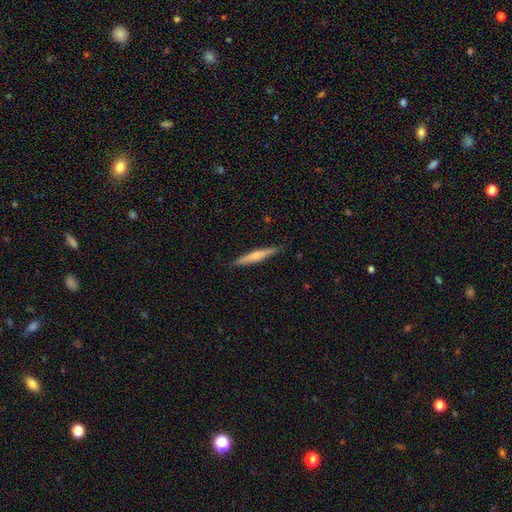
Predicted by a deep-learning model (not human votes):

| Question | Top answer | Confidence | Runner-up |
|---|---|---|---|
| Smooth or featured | smooth | 52% | featured or disk (43%) |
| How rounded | cigar-shaped | 94% | in between (5%) |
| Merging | none | 89% | minor disturbance (8%) |